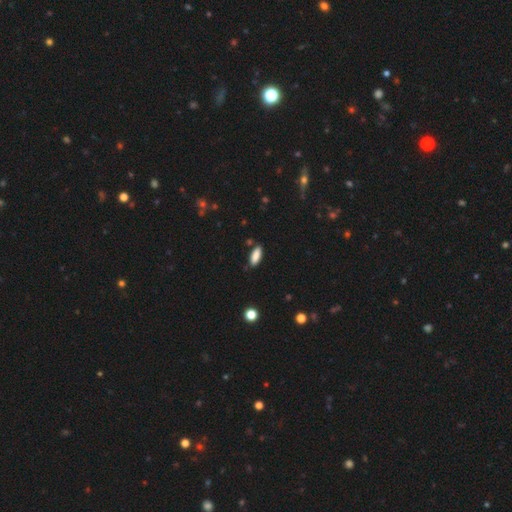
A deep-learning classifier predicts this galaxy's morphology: type=smooth (86%); roundness=in between (69%); merging=none (83%).